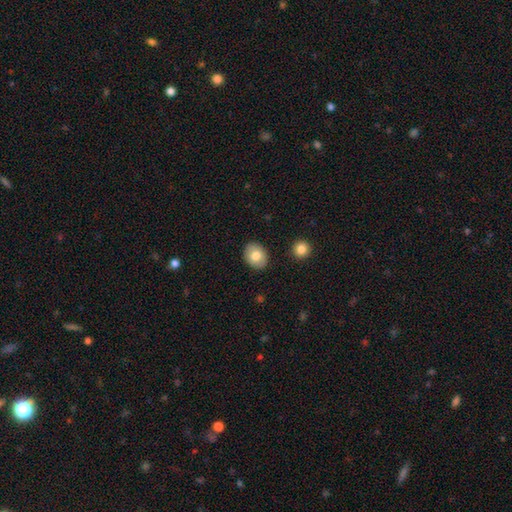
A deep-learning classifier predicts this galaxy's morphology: A smooth galaxy with no disk features (78%) that is in between round and cigar-shaped (57%).

Vote fractions:
- Smooth or featured? smooth: 78% / featured or disk: 15% / star or artifact: 7%
- How rounded? in between: 57% / round: 43% / cigar-shaped: 1%
- Merging? none: 89% / minor disturbance: 8% / major disturbance: 2% / merger: 2%